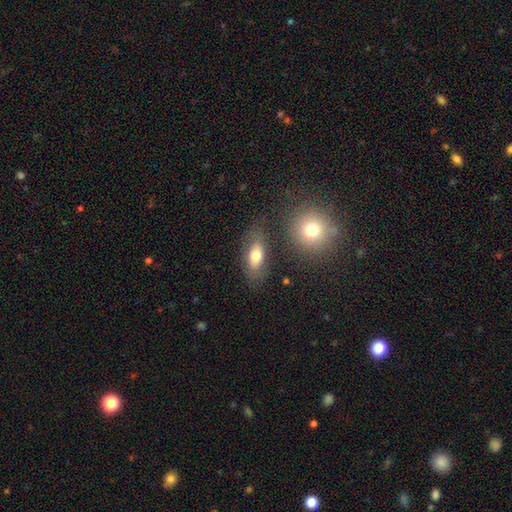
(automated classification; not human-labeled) Smooth or featured?
  - smooth: 71% *
  - featured or disk: 21%
  - star or artifact: 9%
How rounded?
  - in between: 81% *
  - cigar-shaped: 12%
  - round: 7%
Merging?
  - none: 72% *
  - minor disturbance: 16%
  - merger: 7%
  - major disturbance: 6%